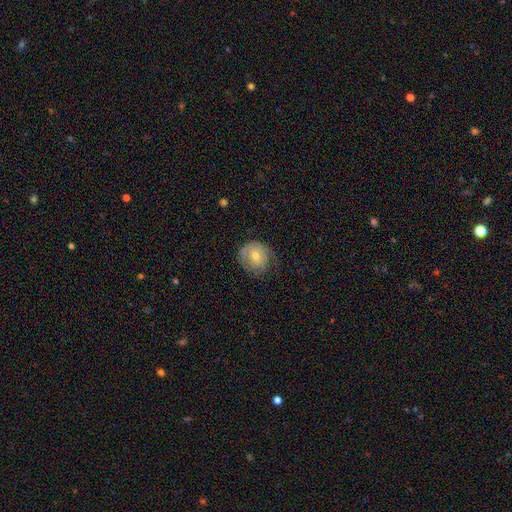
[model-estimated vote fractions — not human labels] smooth_or_featured: smooth (p=0.52) [alt: featured or disk p=0.40]
how_rounded: round (p=0.85) [alt: in between p=0.14]
merging: none (p=0.64) [alt: minor disturbance p=0.24]